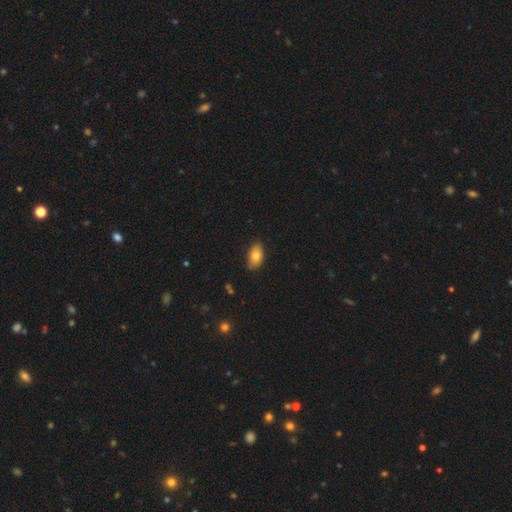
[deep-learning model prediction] Overall: smooth (79%). How rounded: in between (92%). Merging: none (83%).